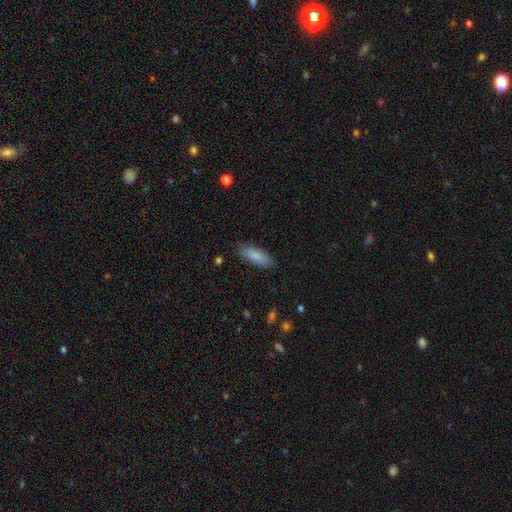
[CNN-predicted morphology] Q: Smooth or featured?
A: smooth (86%); runner-up: featured or disk (8%)
Q: How rounded?
A: in between (67%); runner-up: cigar-shaped (31%)
Q: Merging?
A: none (83%); runner-up: minor disturbance (13%)